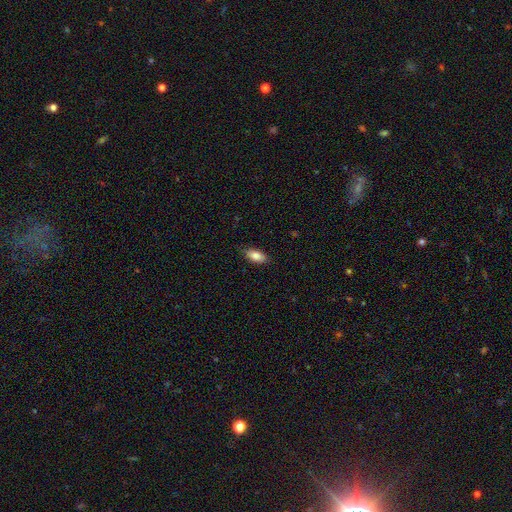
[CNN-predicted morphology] Smooth or featured? smooth (83%)
How rounded? in between (89%)
Merging? none (83%)